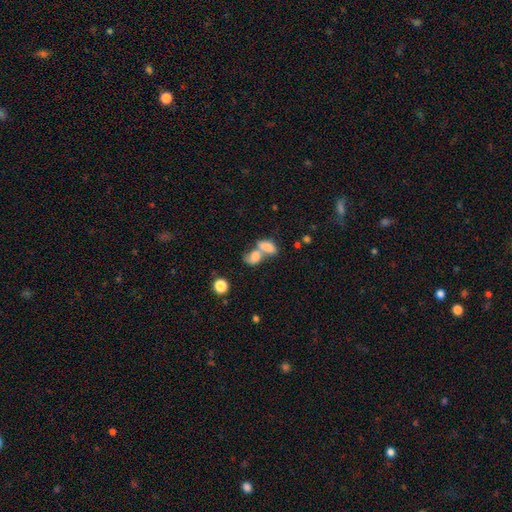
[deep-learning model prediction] Q: Smooth or featured?
A: smooth (71%); runner-up: featured or disk (19%)
Q: How rounded?
A: in between (77%); runner-up: round (19%)
Q: Merging?
A: merger (73%); runner-up: none (15%)